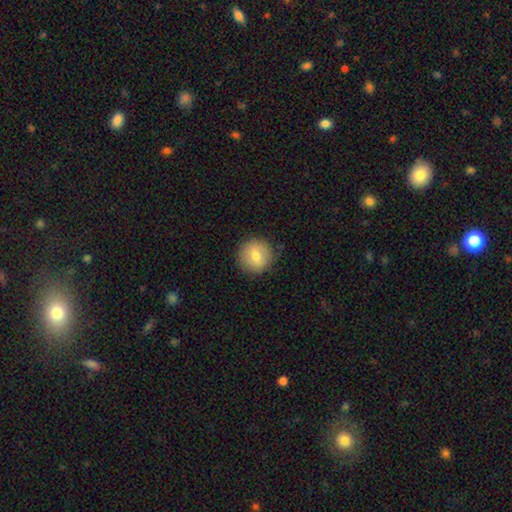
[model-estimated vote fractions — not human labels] Smooth or featured? Predicted: smooth (p=0.76). How rounded? Predicted: round (p=0.93). Merging? Predicted: none (p=0.86).